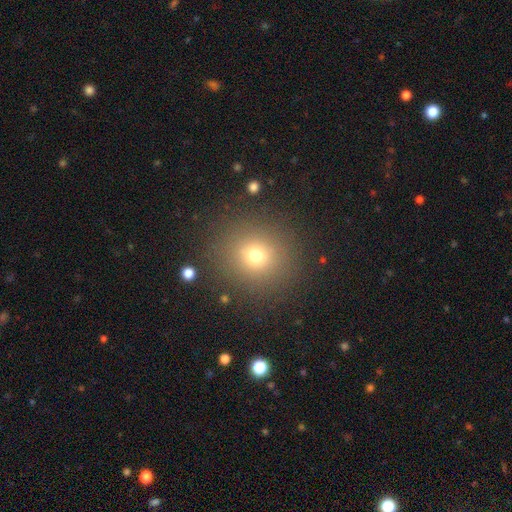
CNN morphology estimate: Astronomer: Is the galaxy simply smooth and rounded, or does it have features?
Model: smooth — 70%.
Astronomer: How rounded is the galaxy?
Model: round — 90%.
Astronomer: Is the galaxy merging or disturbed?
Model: none — 87%.